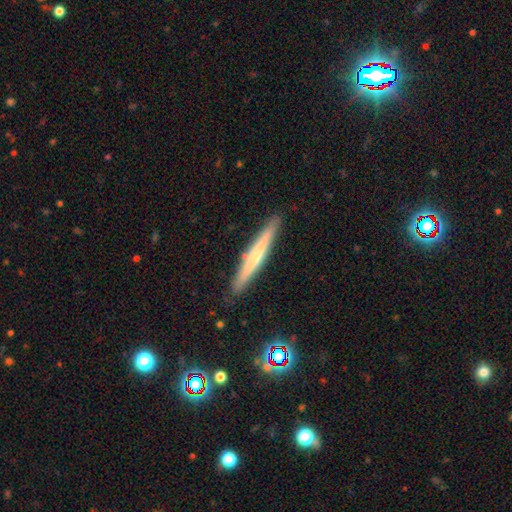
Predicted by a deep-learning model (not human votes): Smooth or featured? featured or disk (48%)
Merging? none (90%)